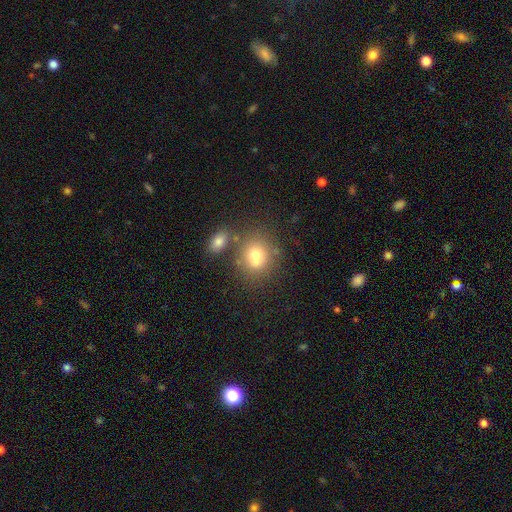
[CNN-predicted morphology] Overall: smooth (71%). How rounded: round (68%; in between 31%). Merging: none (55%; merger 27%).